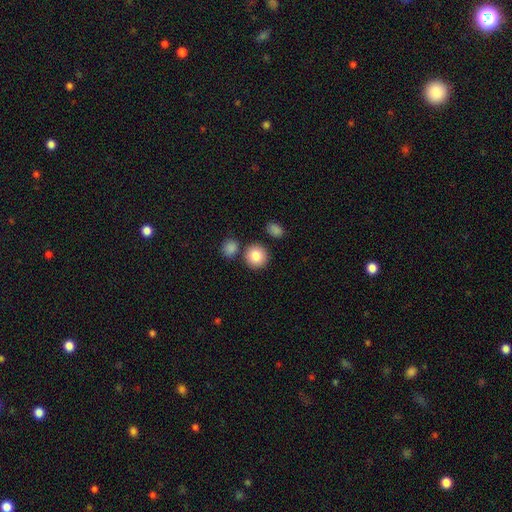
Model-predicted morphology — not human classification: This appears to be a smooth galaxy with no disk features (84%) that is round (89%). Merging: none (80%).